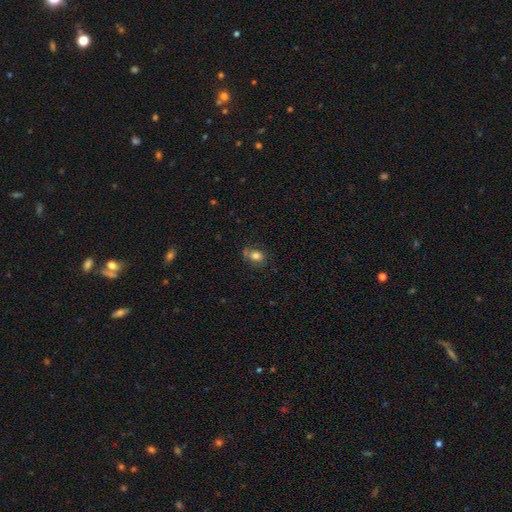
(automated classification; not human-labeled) This appears to be a smooth galaxy with no disk features (77%) that is in between round and cigar-shaped (57%). Merging: none (61%).